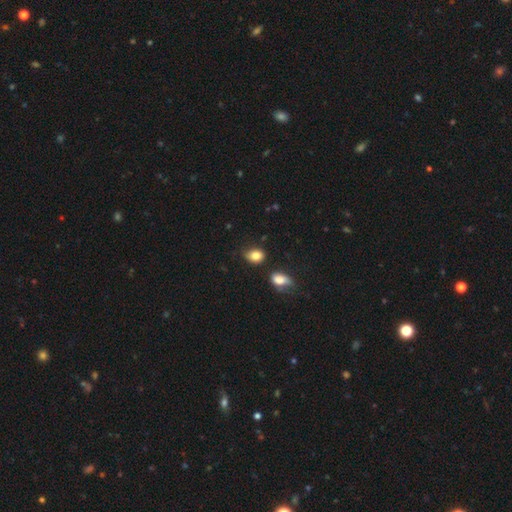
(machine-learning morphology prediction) Smooth or featured? Predicted: smooth (p=0.85). How rounded? Predicted: in between (p=0.67). Merging? Predicted: none (p=0.61).